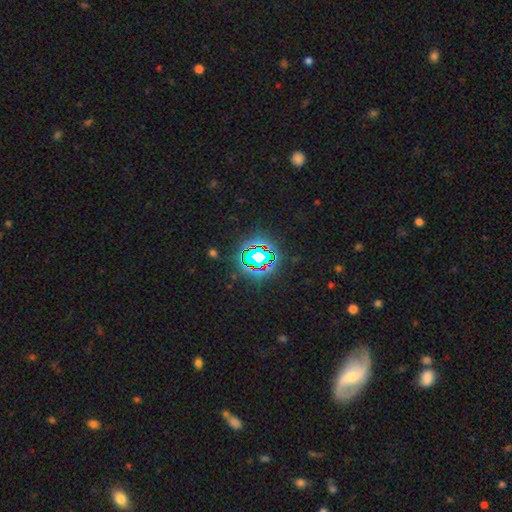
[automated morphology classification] smooth_or_featured: star or artifact (p=0.71) [alt: smooth p=0.15]